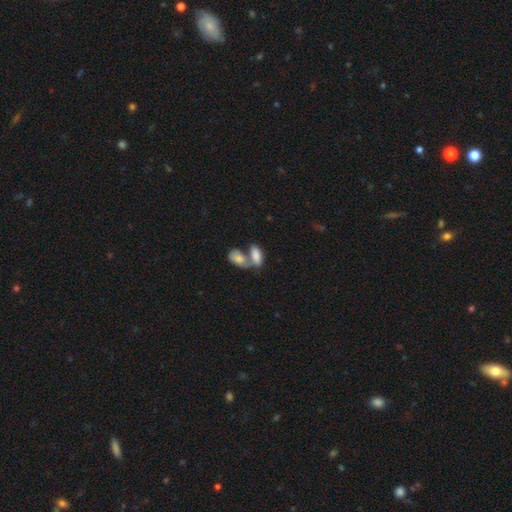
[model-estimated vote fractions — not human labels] Morphology: type=smooth (78%); roundness=in between (90%); merging=merger (64%).